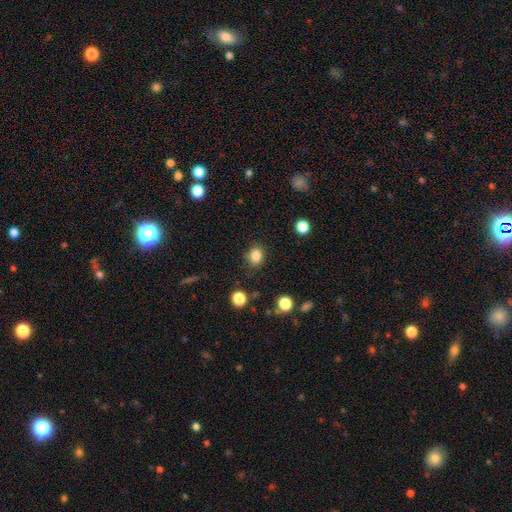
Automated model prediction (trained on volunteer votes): Smooth or featured?
  - smooth: 84% *
  - star or artifact: 11%
  - featured or disk: 5%
How rounded?
  - round: 54% *
  - in between: 45%
  - cigar-shaped: 1%
Merging?
  - none: 82% *
  - minor disturbance: 13%
  - major disturbance: 4%
  - merger: 2%